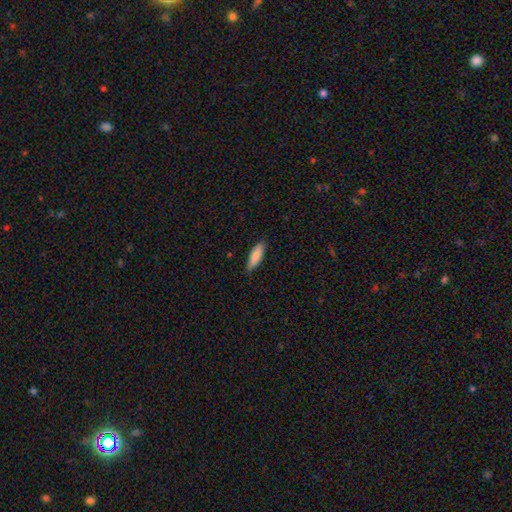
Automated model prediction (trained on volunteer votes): smooth-or-featured: smooth: 85% | featured or disk: 9% | star or artifact: 6%
  how-rounded: cigar-shaped: 51% | in between: 47% | round: 2%
  merging: none: 85% | minor disturbance: 12% | major disturbance: 2% | merger: 1%